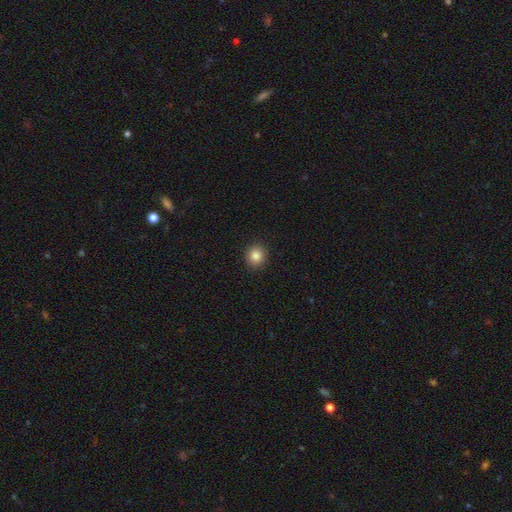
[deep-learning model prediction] smooth_or_featured: smooth (p=0.85) [alt: star or artifact p=0.10]
how_rounded: round (p=0.89) [alt: in between p=0.10]
merging: none (p=0.92) [alt: minor disturbance p=0.05]